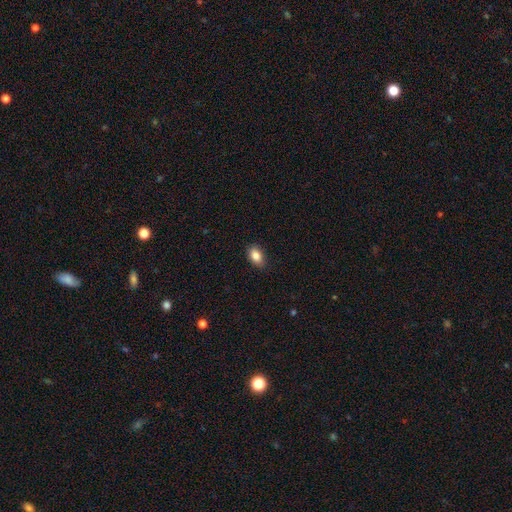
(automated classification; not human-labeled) This appears to be a smooth galaxy with no disk features (86%) that is in between round and cigar-shaped (85%). Merging: none (85%).